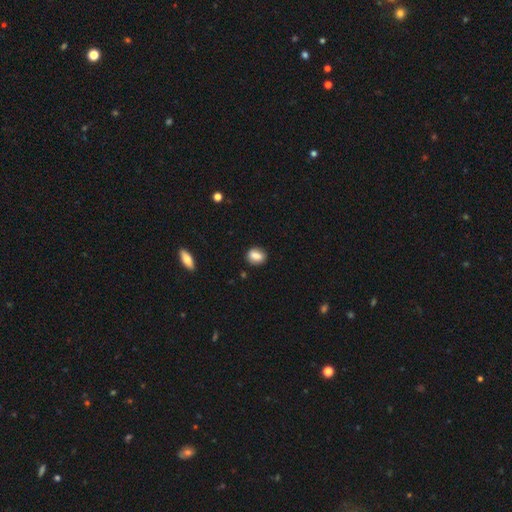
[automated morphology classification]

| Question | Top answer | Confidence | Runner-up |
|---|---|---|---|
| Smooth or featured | smooth | 83% | featured or disk (9%) |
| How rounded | in between | 60% | round (37%) |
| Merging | none | 81% | minor disturbance (13%) |